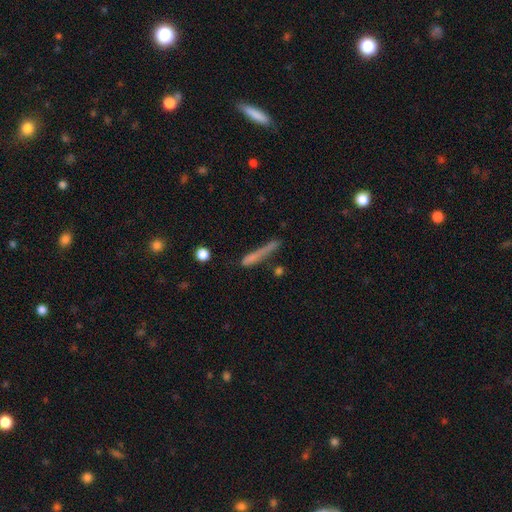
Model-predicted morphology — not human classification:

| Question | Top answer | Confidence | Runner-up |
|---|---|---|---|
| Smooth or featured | smooth | 63% | featured or disk (26%) |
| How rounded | cigar-shaped | 93% | in between (5%) |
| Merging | none | 62% | minor disturbance (21%) |